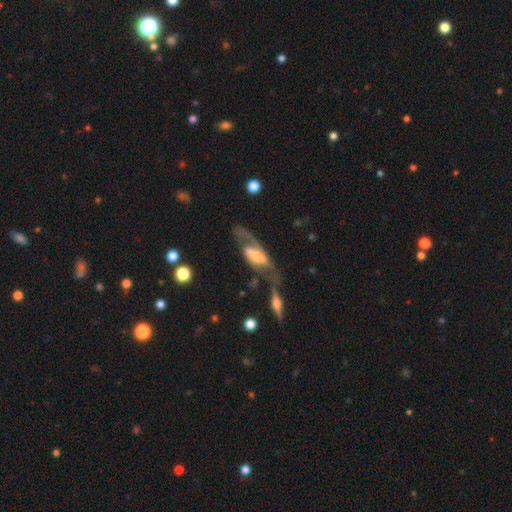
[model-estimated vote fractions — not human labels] featured or disk 66%, smooth 27%, star or artifact 7%. Down the decision tree: edge-on disk — no (82%); bar — weak (37%); spiral arms — yes (76%); bulge size — moderate (27%, tied with large); merging — major disturbance (29%).